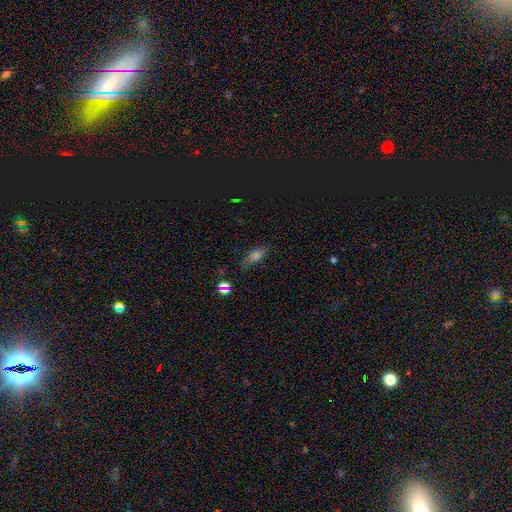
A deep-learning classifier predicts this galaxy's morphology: Smooth or featured? Predicted: smooth (p=0.60). How rounded? Predicted: in between (p=0.69). Merging? Predicted: none (p=0.70).